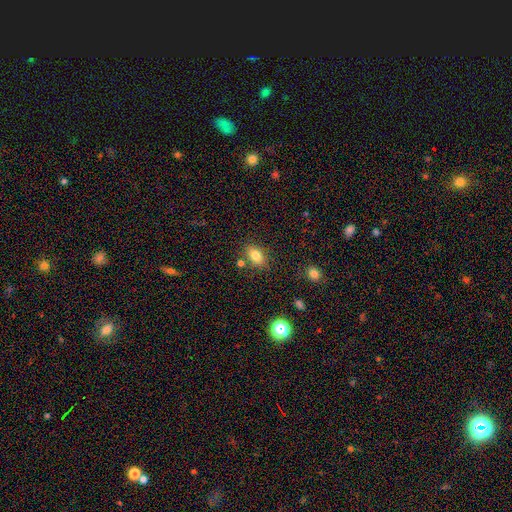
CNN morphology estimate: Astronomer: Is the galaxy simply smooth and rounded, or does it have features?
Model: smooth — 81%.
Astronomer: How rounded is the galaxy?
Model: in between — 81%.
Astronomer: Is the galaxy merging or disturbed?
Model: none — 76%.